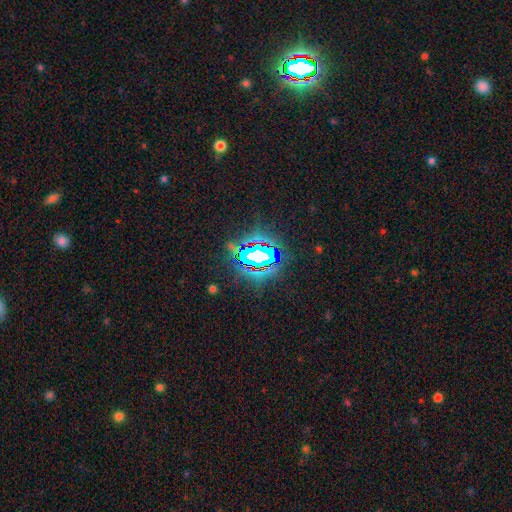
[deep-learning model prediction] smooth-or-featured: star or artifact: 74% | smooth: 14% | featured or disk: 13%